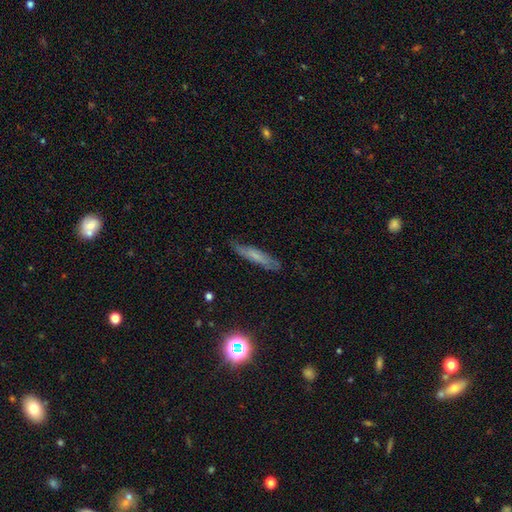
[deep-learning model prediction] A smooth galaxy with no disk features (49%). Merging: none (77%).